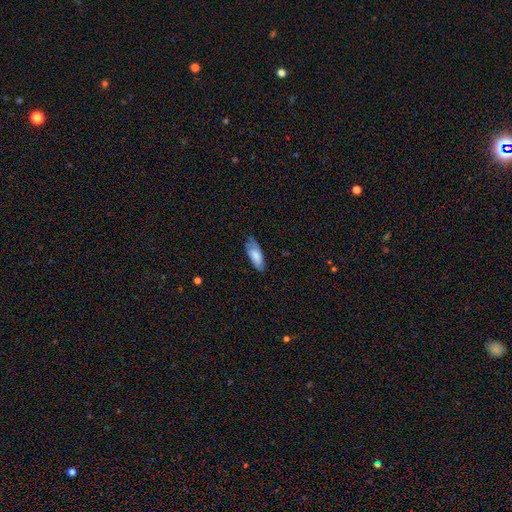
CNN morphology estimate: Smooth or featured? smooth (77%)
How rounded? in between (76%)
Merging? none (65%)